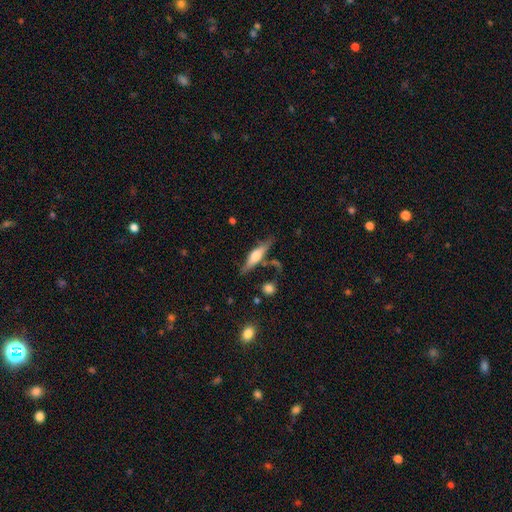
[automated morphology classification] The model was most divided on "smooth or featured": featured or disk: 54%, smooth: 40%, star or artifact: 6%. More confident: edge-on disk — yes (92%); merging — none (71%).